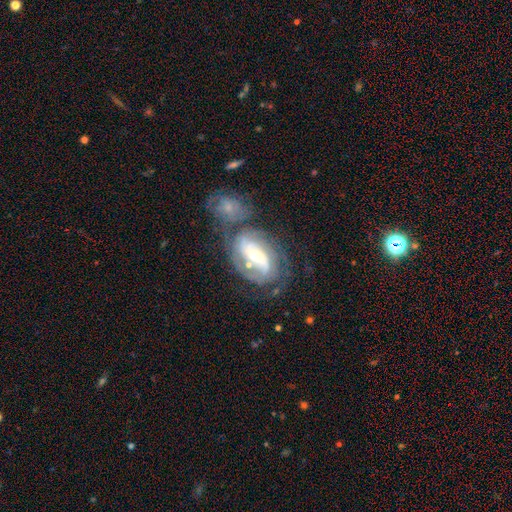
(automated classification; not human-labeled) This appears to be a featured or disk galaxy (84%) with a strong bar (43%), 2 (64%) tight (42%) spiral arms (93%) and a moderate central bulge (47%, tied with small). Merging: none (45%).